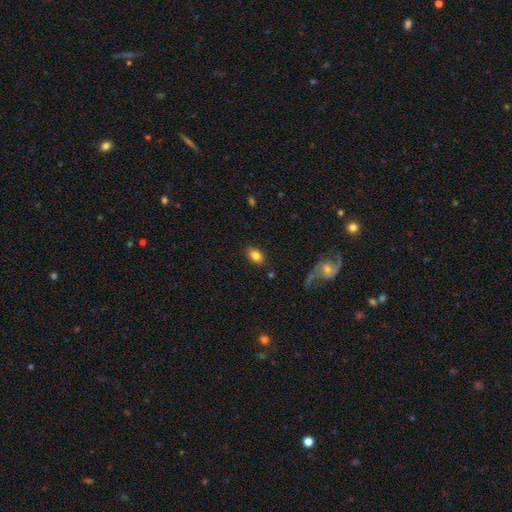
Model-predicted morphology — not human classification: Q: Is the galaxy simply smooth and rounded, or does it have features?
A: smooth — 82%.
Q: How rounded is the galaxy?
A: in between — 86%.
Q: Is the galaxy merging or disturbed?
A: none — 85%.